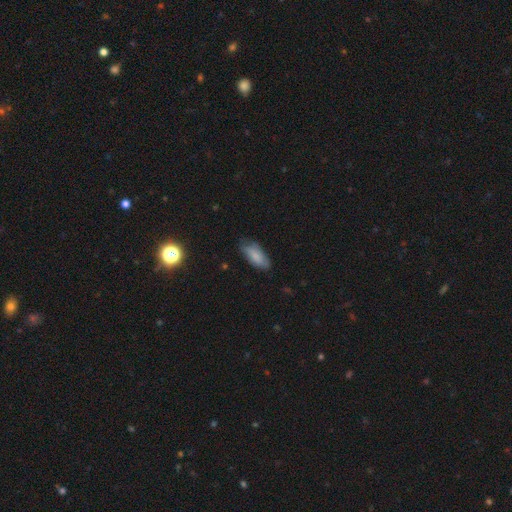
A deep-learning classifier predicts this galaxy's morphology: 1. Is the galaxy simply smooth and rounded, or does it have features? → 81% smooth, 12% featured or disk, 7% star or artifact.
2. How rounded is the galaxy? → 82% in between, 16% cigar-shaped, 2% round.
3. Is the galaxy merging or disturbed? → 67% none, 27% minor disturbance, 5% major disturbance, 1% merger.